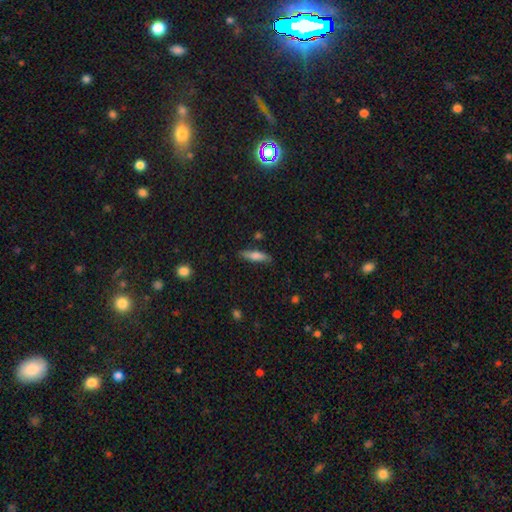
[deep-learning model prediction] This appears to be a smooth galaxy with no disk features (71%) that is cigar-shaped (67%). Merging: none (81%).